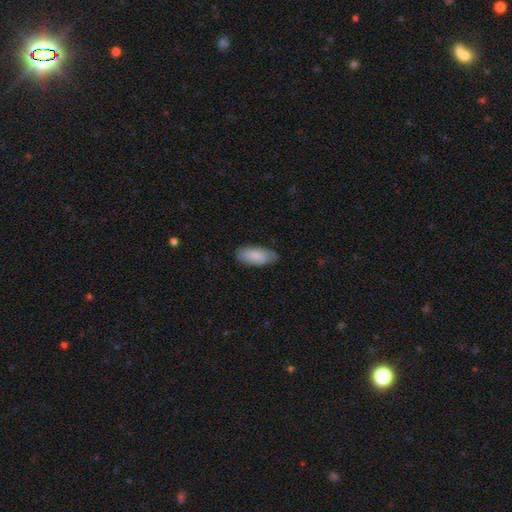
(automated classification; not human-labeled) smooth 83%, featured or disk 12%, star or artifact 5%. Down the decision tree: how rounded — in between (87%); merging — none (77%).